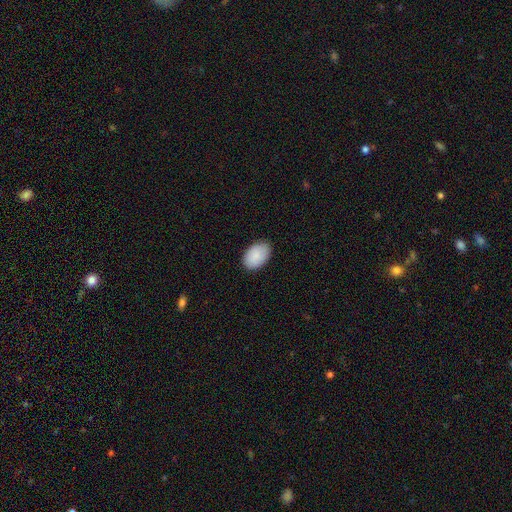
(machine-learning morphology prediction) Smooth or featured? smooth (88%)
How rounded? in between (91%)
Merging? none (84%)